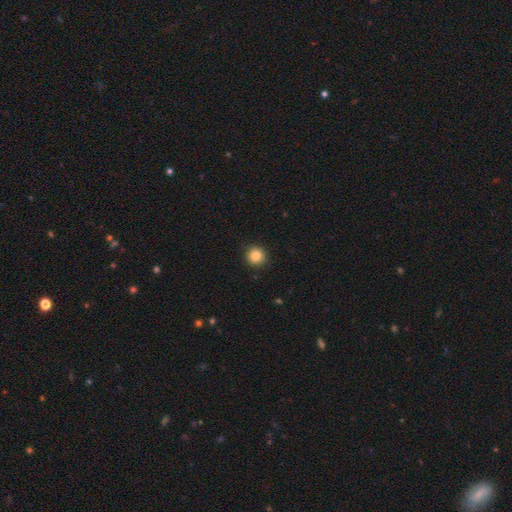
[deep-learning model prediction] Smooth or featured? Predicted: smooth (p=0.84). How rounded? Predicted: round (p=0.94). Merging? Predicted: none (p=0.91).